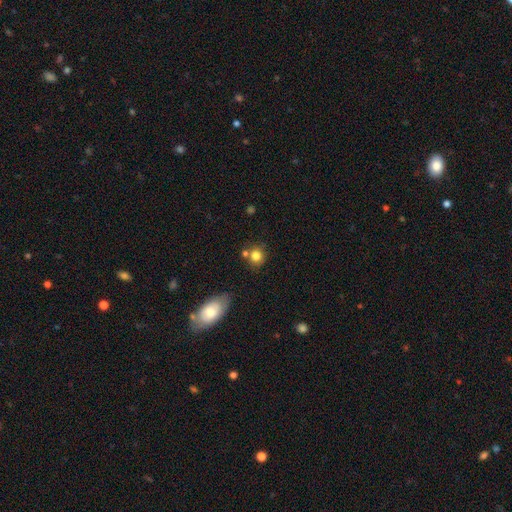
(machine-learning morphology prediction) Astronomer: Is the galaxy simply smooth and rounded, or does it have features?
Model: smooth — 80%.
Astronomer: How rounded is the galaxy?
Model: round — 84%.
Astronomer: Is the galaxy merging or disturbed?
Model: none — 64%.